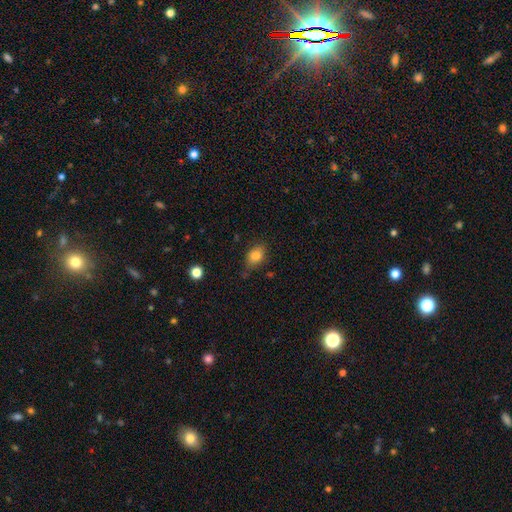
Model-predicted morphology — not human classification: smooth 80%, featured or disk 10%, star or artifact 10%. Down the decision tree: how rounded — in between (75%); merging — none (74%).